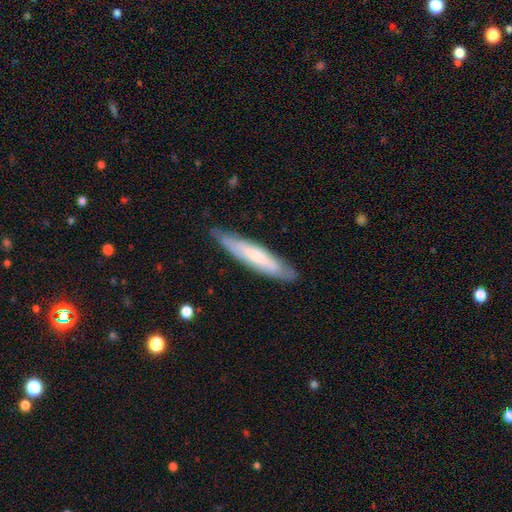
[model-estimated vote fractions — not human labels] Smooth or featured: smooth — 54% (featured or disk — 40%)
How rounded: cigar-shaped — 84% (in between — 15%)
Merging: none — 80% (minor disturbance — 16%)